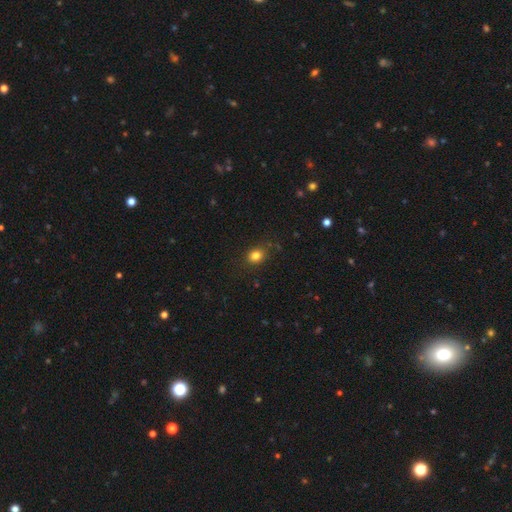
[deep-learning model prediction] This is clearly a smooth galaxy (82%). How rounded: possibly round (51%). Merging: clearly none (83%).